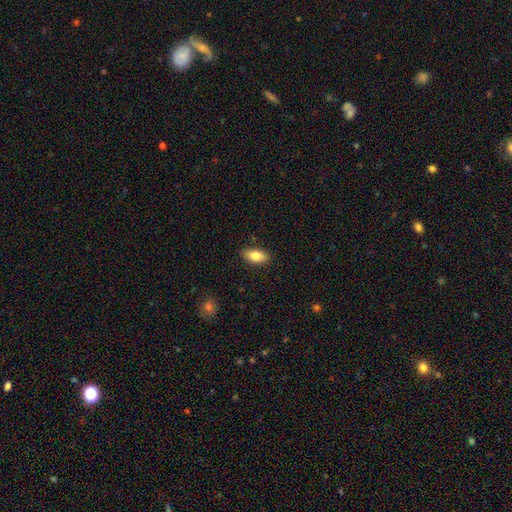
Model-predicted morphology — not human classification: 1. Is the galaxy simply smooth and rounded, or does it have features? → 82% smooth, 11% featured or disk, 7% star or artifact.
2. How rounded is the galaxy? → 88% in between, 8% cigar-shaped, 4% round.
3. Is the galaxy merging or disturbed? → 87% none, 10% minor disturbance, 2% major disturbance, 1% merger.